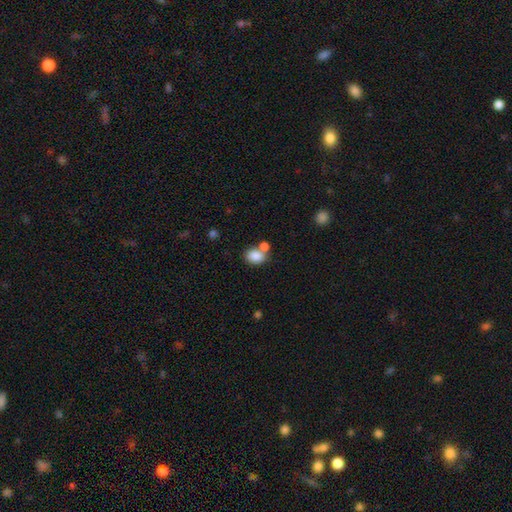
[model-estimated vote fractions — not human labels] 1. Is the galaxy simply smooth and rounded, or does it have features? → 85% smooth, 9% star or artifact, 7% featured or disk.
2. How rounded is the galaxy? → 66% in between, 33% round, 1% cigar-shaped.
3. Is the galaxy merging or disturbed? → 46% none, 38% merger, 11% minor disturbance, 4% major disturbance.